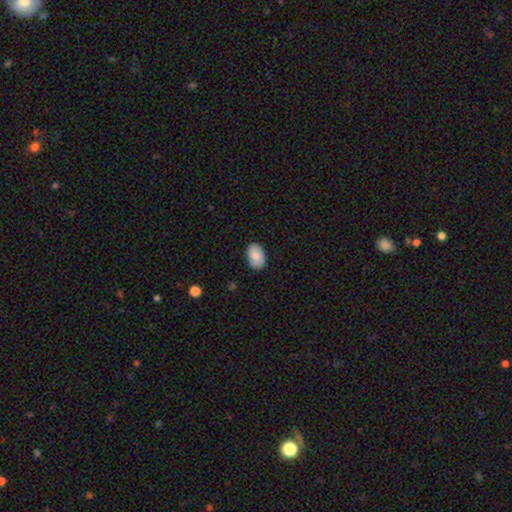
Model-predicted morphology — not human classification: Smooth or featured: smooth — 86% (featured or disk — 7%)
How rounded: in between — 88% (round — 11%)
Merging: none — 82% (minor disturbance — 14%)